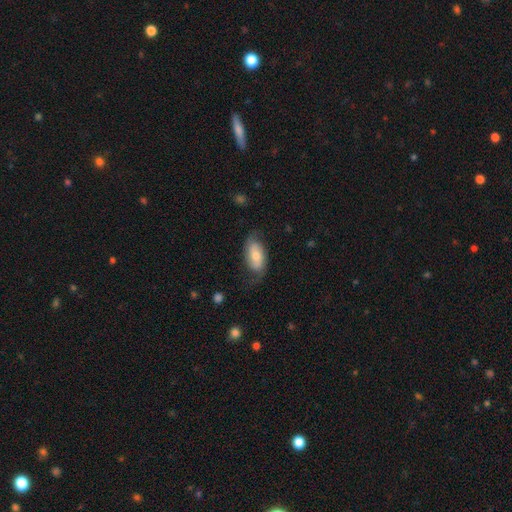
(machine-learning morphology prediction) type=smooth (50%); roundness=in between (91%); merging=none (62%).